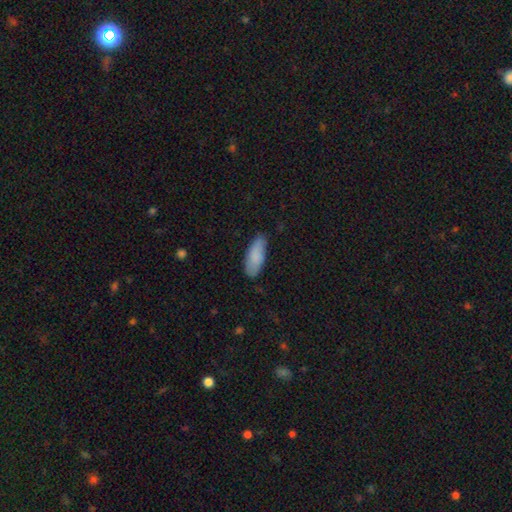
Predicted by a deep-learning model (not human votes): Smooth or featured? smooth (85%)
How rounded? in between (77%)
Merging? none (75%)